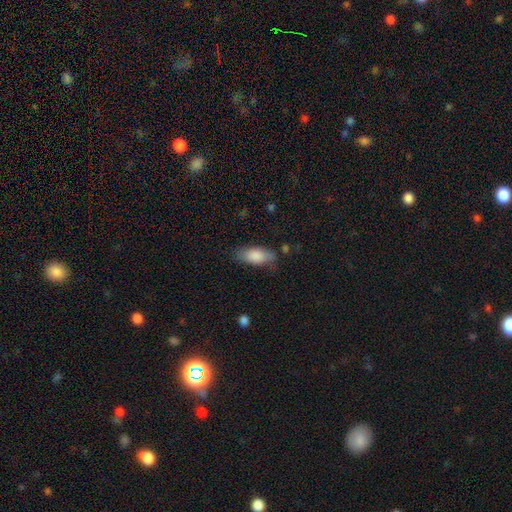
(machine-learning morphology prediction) smooth 83%, featured or disk 11%, star or artifact 6%. Down the decision tree: how rounded — in between (83%); merging — none (71%).